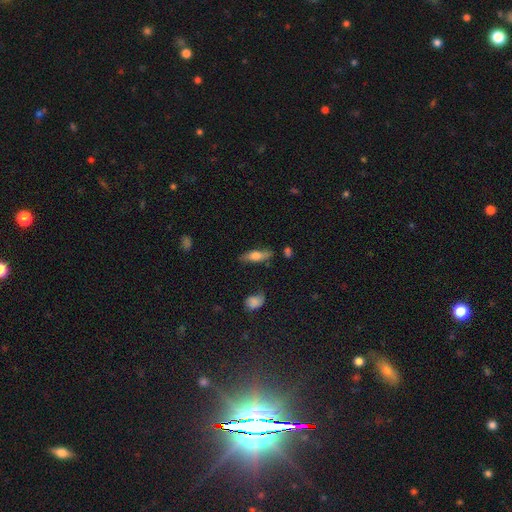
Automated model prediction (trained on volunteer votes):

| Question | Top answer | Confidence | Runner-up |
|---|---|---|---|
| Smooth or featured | smooth | 56% | featured or disk (37%) |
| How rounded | in between | 49% | cigar-shaped (48%) |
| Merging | none | 72% | minor disturbance (20%) |